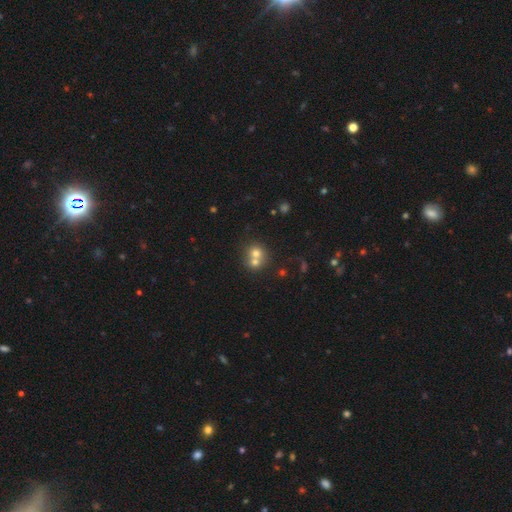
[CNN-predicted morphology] This is likely a smooth galaxy (67%). How rounded: clearly round (82%). Merging: possibly merger (58%).